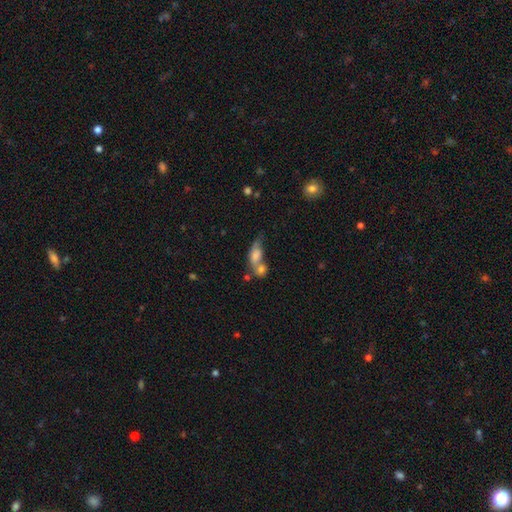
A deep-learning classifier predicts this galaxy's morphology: Smooth or featured? smooth (69%)
How rounded? in between (74%)
Merging? merger (61%)